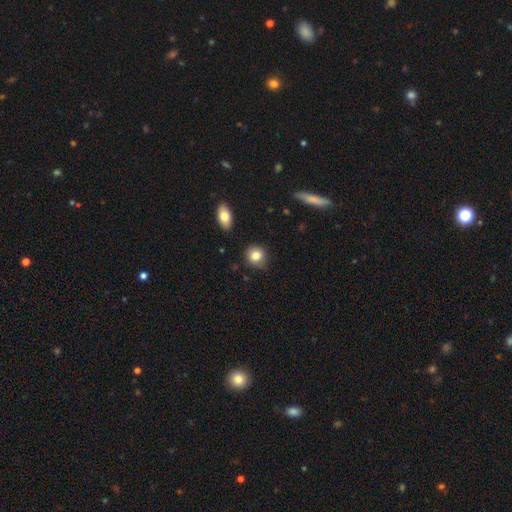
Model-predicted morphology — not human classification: smooth 82%, star or artifact 9%, featured or disk 8%. Down the decision tree: how rounded — round (79%); merging — none (80%).